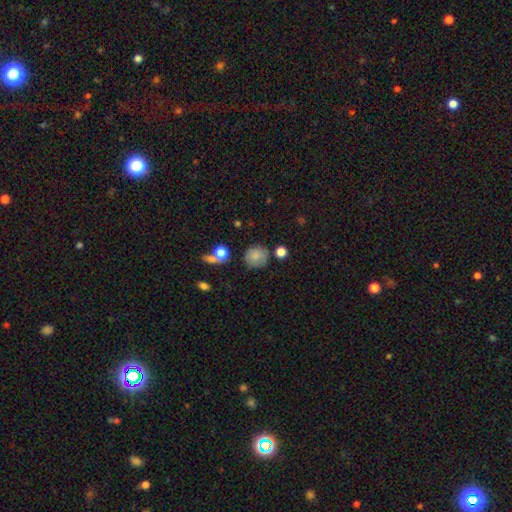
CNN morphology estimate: type=smooth (80%); roundness=round (87%); merging=none (69%).